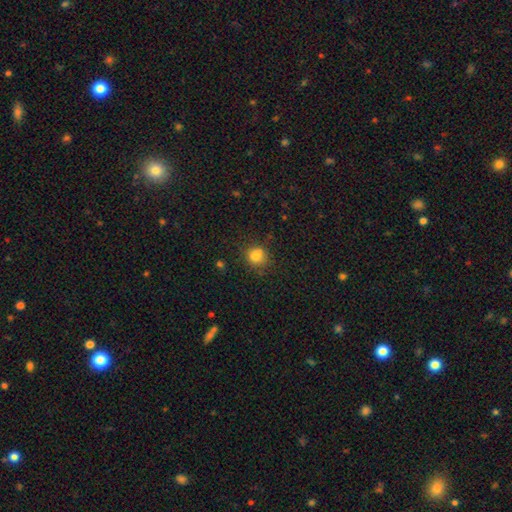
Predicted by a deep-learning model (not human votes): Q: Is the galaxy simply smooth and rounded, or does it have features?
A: smooth — 77%.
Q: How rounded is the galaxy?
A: round — 74%.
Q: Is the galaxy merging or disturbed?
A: none — 56%.